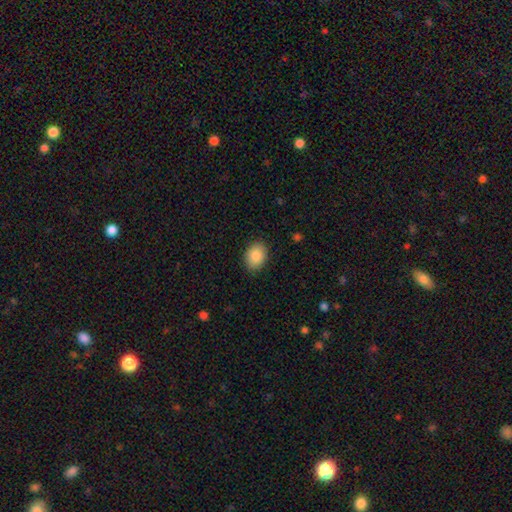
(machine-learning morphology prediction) Smooth or featured?
  - smooth: 87% *
  - star or artifact: 7%
  - featured or disk: 6%
How rounded?
  - in between: 77% *
  - round: 22%
  - cigar-shaped: 1%
Merging?
  - none: 87% *
  - minor disturbance: 10%
  - major disturbance: 2%
  - merger: 1%